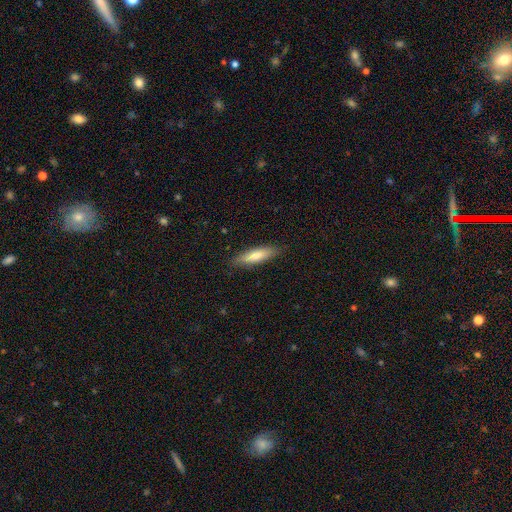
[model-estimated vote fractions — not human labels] Smooth or featured: smooth — 78% (featured or disk — 16%)
How rounded: cigar-shaped — 70% (in between — 29%)
Merging: none — 87% (minor disturbance — 10%)